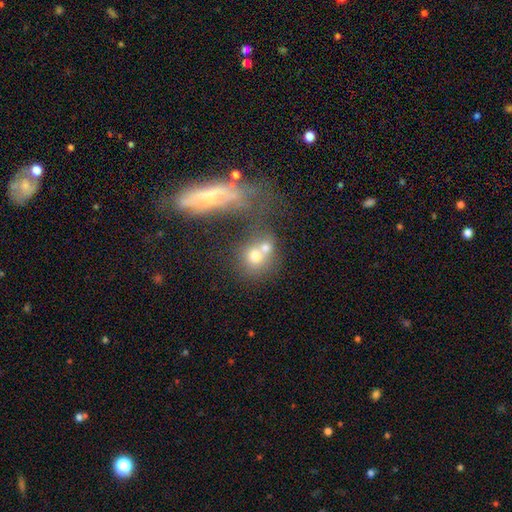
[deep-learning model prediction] This is likely a smooth galaxy (66%). How rounded: likely round (75%). Merging: possibly merger (53%).